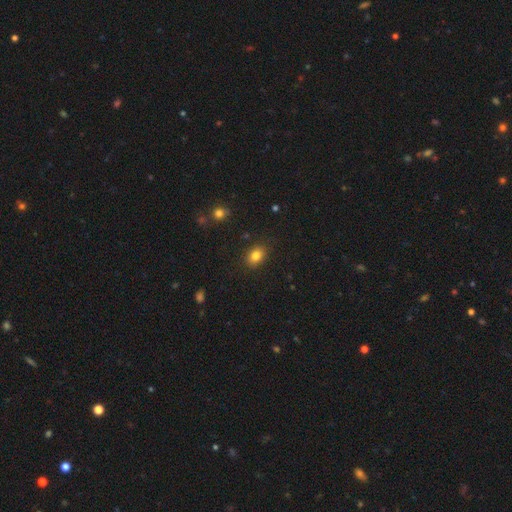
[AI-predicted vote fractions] Smooth or featured?
  - smooth: 83% *
  - star or artifact: 11%
  - featured or disk: 7%
How rounded?
  - in between: 68% *
  - round: 30%
  - cigar-shaped: 1%
Merging?
  - none: 87% *
  - minor disturbance: 9%
  - major disturbance: 2%
  - merger: 1%